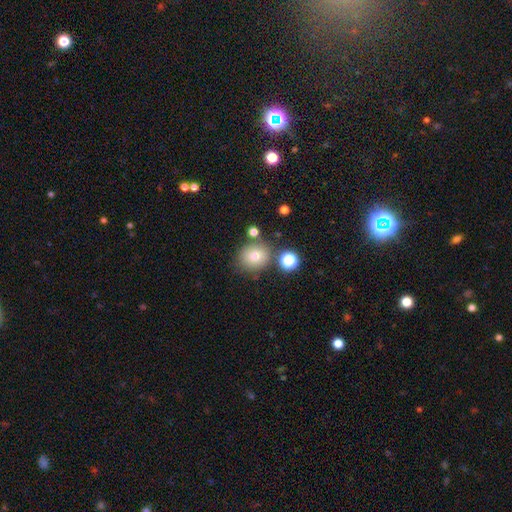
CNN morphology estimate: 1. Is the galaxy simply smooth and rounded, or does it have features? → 78% smooth, 13% star or artifact, 9% featured or disk.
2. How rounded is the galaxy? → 75% round, 24% in between, 1% cigar-shaped.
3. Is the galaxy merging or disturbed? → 72% none, 14% minor disturbance, 10% merger, 5% major disturbance.